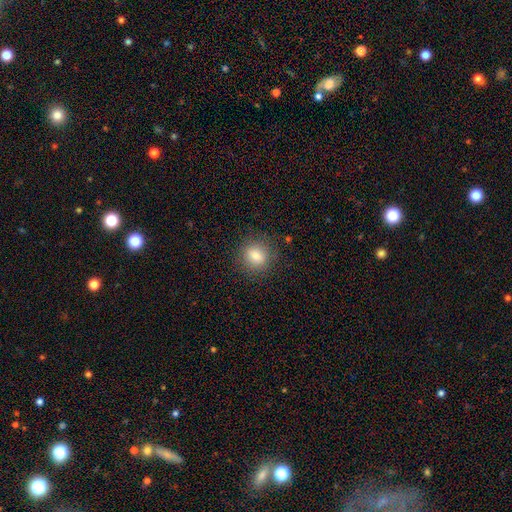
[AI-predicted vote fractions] smooth-or-featured: smooth: 81% | star or artifact: 10% | featured or disk: 9%
  how-rounded: round: 76% | in between: 23% | cigar-shaped: 1%
  merging: none: 86% | minor disturbance: 9% | major disturbance: 3% | merger: 1%